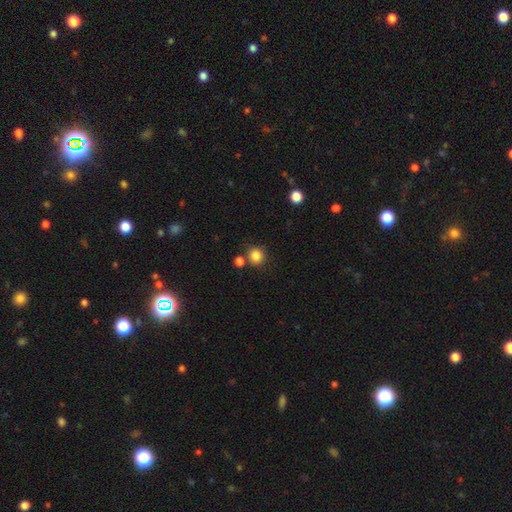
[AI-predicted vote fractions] smooth 84%, star or artifact 11%, featured or disk 4%. Down the decision tree: how rounded — round (88%); merging — none (74%).